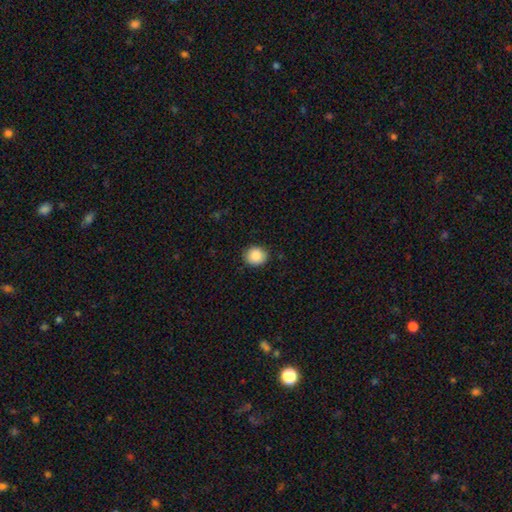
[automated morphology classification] This appears to be a smooth galaxy with no disk features (88%) that is round (78%). Merging: none (88%).